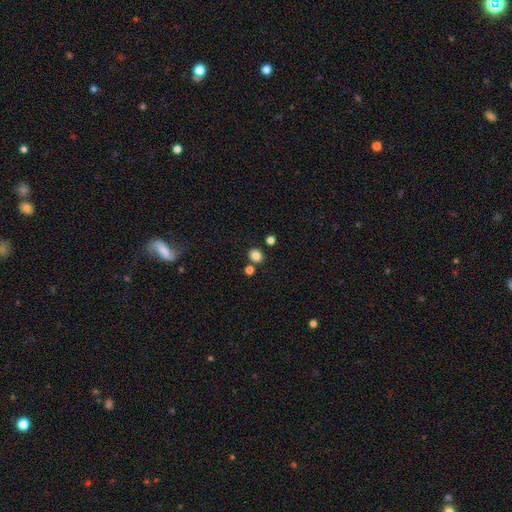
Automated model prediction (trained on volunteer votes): A smooth galaxy with no disk features (84%) that is round (73%).

Vote fractions:
- Smooth or featured? smooth: 84% / star or artifact: 12% / featured or disk: 4%
- How rounded? round: 73% / in between: 26% / cigar-shaped: 1%
- Merging? none: 80% / merger: 10% / minor disturbance: 8% / major disturbance: 3%